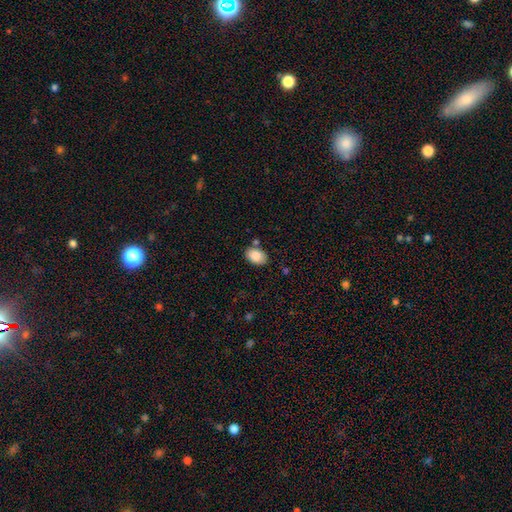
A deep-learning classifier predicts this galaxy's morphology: smooth-or-featured: smooth: 88% | star or artifact: 7% | featured or disk: 5%
  how-rounded: in between: 85% | round: 14% | cigar-shaped: 1%
  merging: none: 77% | minor disturbance: 13% | merger: 7% | major disturbance: 3%